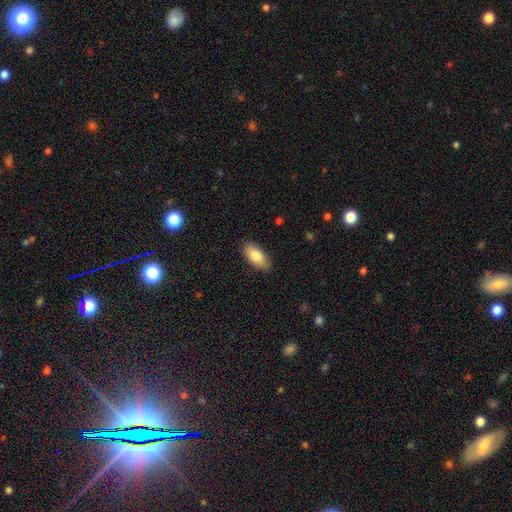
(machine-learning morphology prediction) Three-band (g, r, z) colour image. It shows a smooth galaxy with no disk features (80%) that is in between round and cigar-shaped (89%). Merging: none (87%).